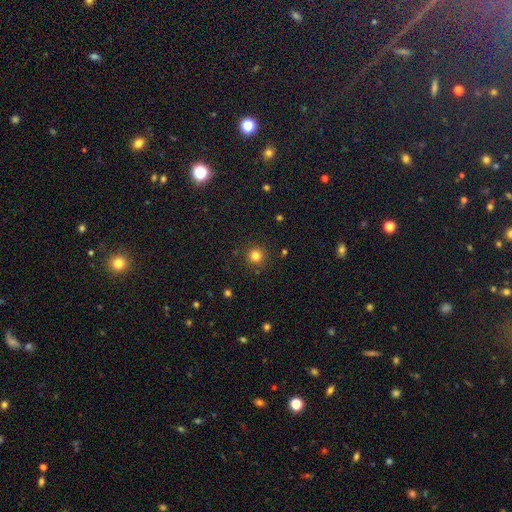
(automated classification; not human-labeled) Smooth or featured? smooth (81%)
How rounded? round (95%)
Merging? none (90%)